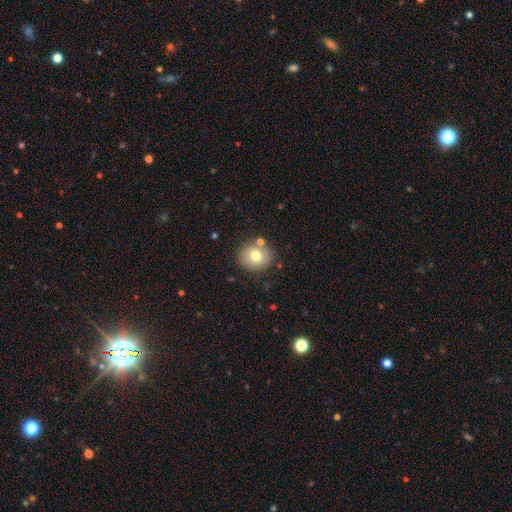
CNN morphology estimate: The model was most divided on "how rounded": round: 77%, in between: 22%, cigar-shaped: 1%. More confident: merging — none (79%); smooth or featured — smooth (74%).